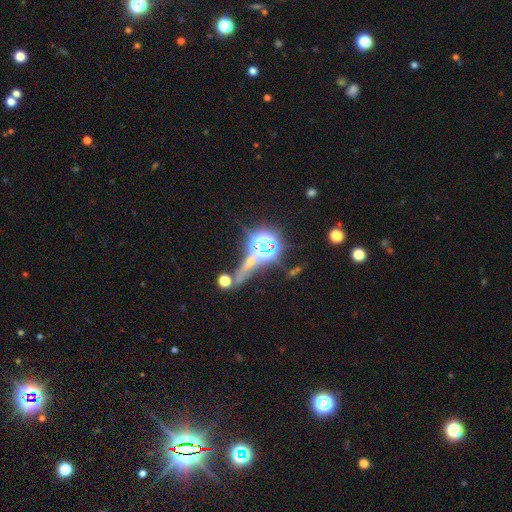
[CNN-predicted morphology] The model was most divided on "smooth or featured": star or artifact: 68%, smooth: 17%, featured or disk: 15%.